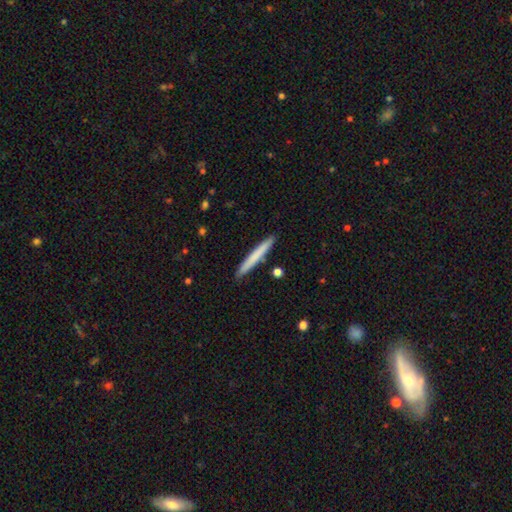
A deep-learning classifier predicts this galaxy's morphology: This is likely a smooth galaxy (71%). How rounded: clearly cigar-shaped (96%). Merging: clearly none (90%).